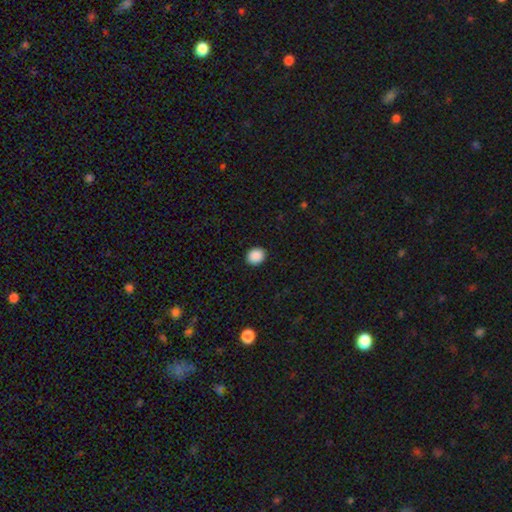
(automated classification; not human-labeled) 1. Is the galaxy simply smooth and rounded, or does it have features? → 89% smooth, 8% star or artifact, 2% featured or disk.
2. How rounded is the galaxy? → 64% round, 35% in between, 1% cigar-shaped.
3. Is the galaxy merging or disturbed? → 91% none, 6% minor disturbance, 2% major disturbance, 1% merger.